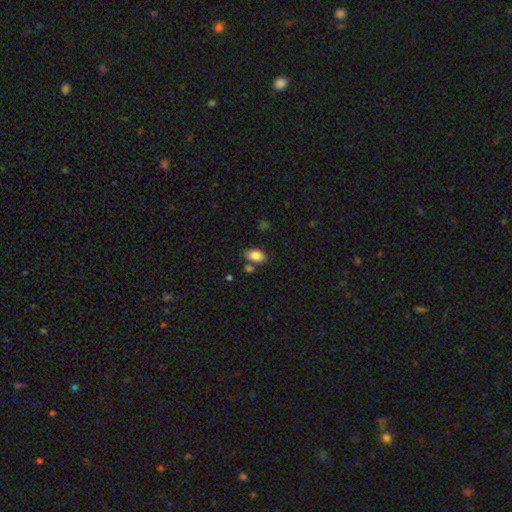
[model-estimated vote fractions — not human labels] smooth_or_featured: smooth (p=0.84) [alt: featured or disk p=0.08]
how_rounded: in between (p=0.91) [alt: round p=0.07]
merging: none (p=0.72) [alt: minor disturbance p=0.13]